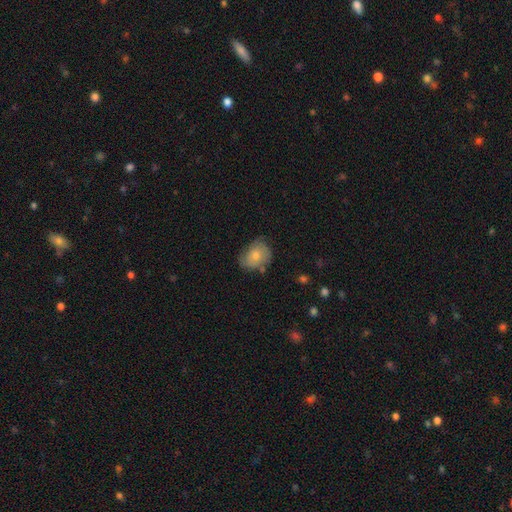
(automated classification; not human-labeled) smooth_or_featured: smooth (p=0.61) [alt: featured or disk p=0.32]
how_rounded: in between (p=0.57) [alt: round p=0.42]
merging: none (p=0.59) [alt: minor disturbance p=0.30]